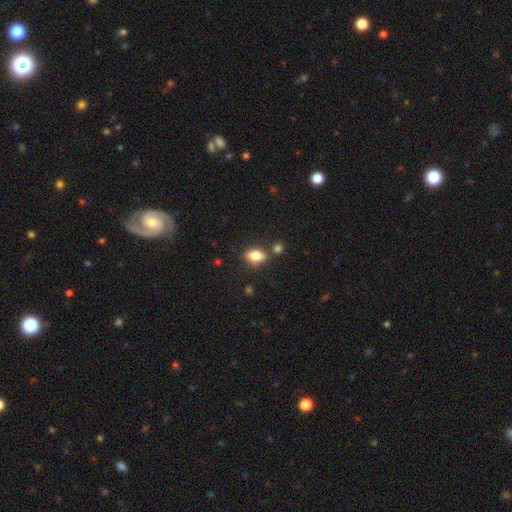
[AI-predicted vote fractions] Q: Smooth or featured?
A: smooth (81%); runner-up: featured or disk (9%)
Q: How rounded?
A: in between (79%); runner-up: round (19%)
Q: Merging?
A: none (68%); runner-up: merger (15%)